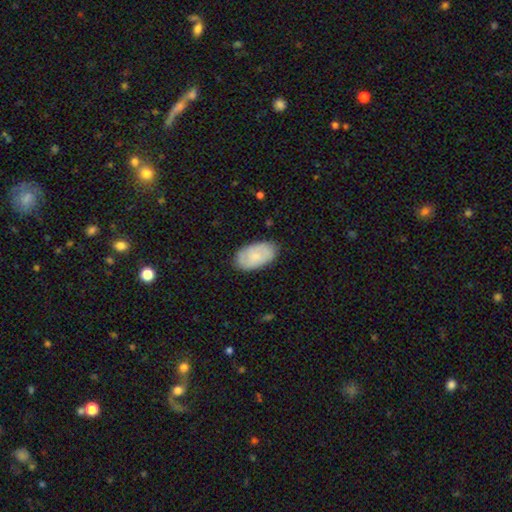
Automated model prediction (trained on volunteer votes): smooth 66%, featured or disk 27%, star or artifact 6%. Down the decision tree: how rounded — in between (94%); merging — none (81%).